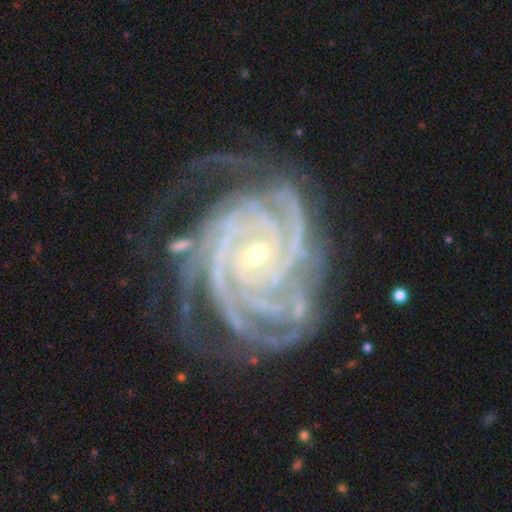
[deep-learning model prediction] The model was most divided on "spiral arm count": 4: 34%, more than 4: 19%, 3: 18%, can't tell: 13%, 2: 10%, 1: 7%. More confident: spiral arms — yes (99%); edge-on disk — no (98%); smooth or featured — featured or disk (93%); spiral winding — tight (81%); bulge size — small (72%); merging — none (62%); bar — no (58%).